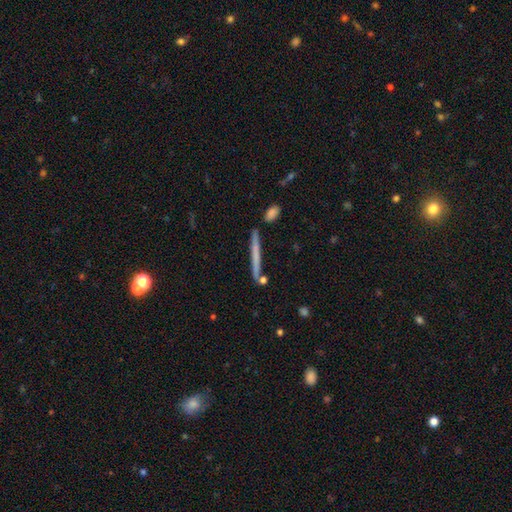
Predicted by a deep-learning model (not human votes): Q: Smooth or featured?
A: smooth (50%); runner-up: featured or disk (43%)
Q: Merging?
A: none (84%); runner-up: minor disturbance (9%)